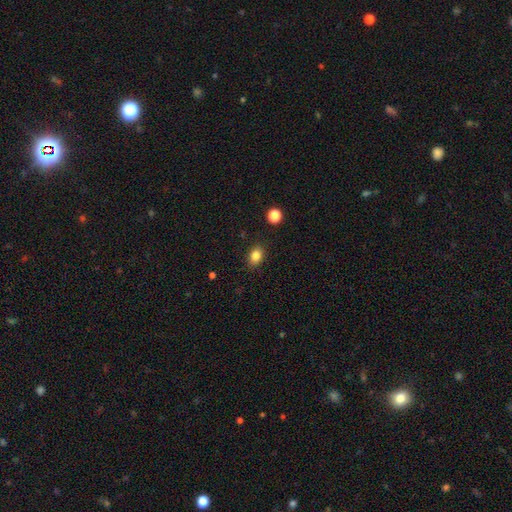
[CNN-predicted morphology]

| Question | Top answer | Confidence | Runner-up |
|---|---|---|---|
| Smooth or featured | smooth | 84% | star or artifact (11%) |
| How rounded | in between | 67% | round (31%) |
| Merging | none | 86% | minor disturbance (10%) |